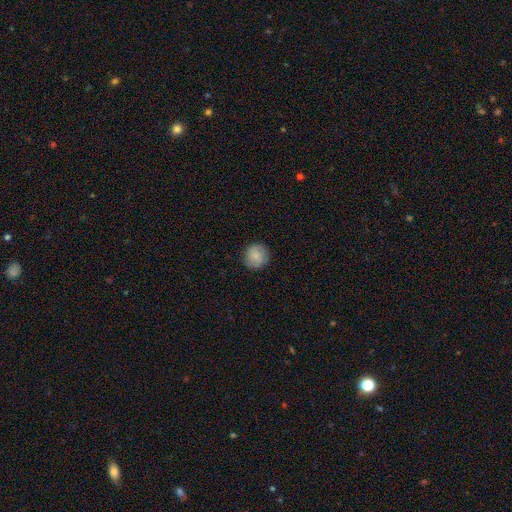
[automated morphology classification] Smooth or featured: smooth — 81% (featured or disk — 11%)
How rounded: round — 93% (in between — 6%)
Merging: none — 88% (minor disturbance — 9%)